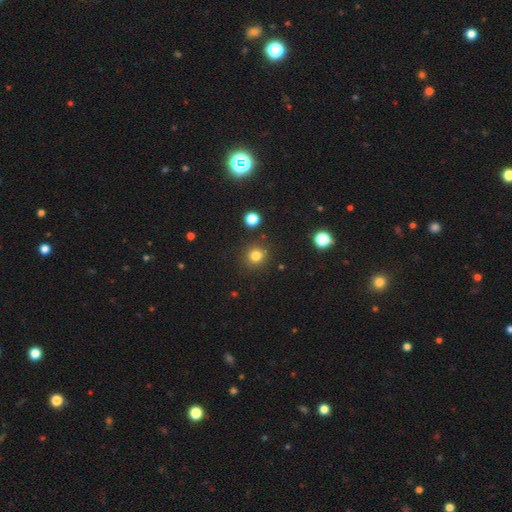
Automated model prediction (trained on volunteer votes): Smooth or featured? smooth (81%)
How rounded? round (87%)
Merging? none (87%)